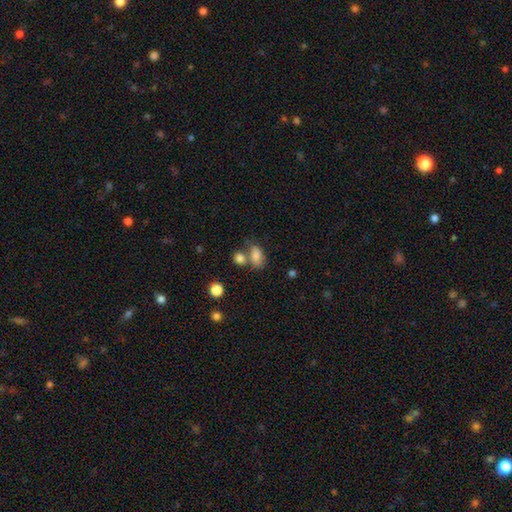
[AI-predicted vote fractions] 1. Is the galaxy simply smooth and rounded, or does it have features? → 80% smooth, 10% star or artifact, 10% featured or disk.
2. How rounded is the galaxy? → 85% in between, 13% round, 2% cigar-shaped.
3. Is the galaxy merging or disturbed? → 41% none, 36% merger, 16% minor disturbance, 8% major disturbance.